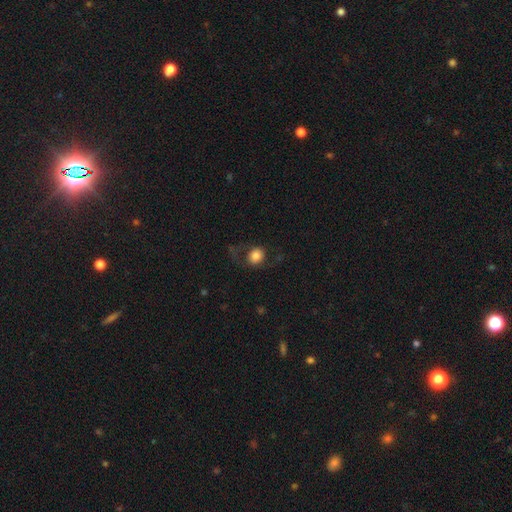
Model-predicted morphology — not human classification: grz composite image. It shows a smooth galaxy with no disk features (77%) that is round (68%). Merging: none (64%).